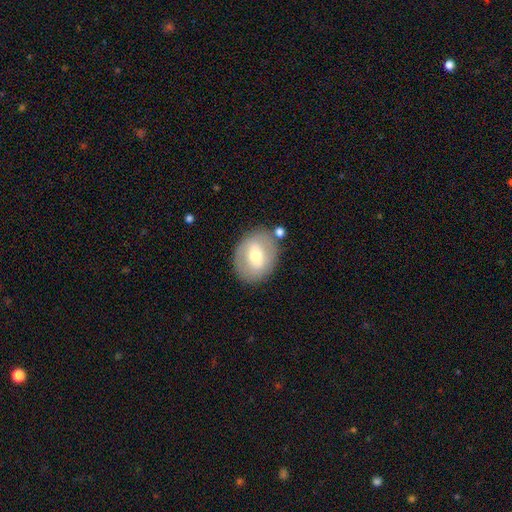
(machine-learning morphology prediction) This appears to be a smooth galaxy with no disk features (49%). Merging: none (78%).